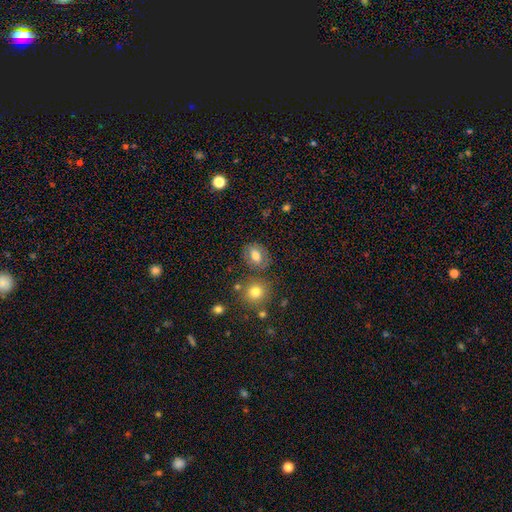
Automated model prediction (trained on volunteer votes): Smooth or featured: smooth — 69% (featured or disk — 21%)
How rounded: in between — 65% (round — 33%)
Merging: none — 73% (minor disturbance — 14%)